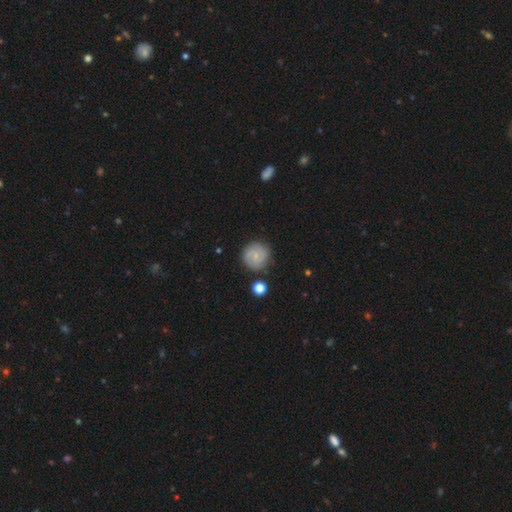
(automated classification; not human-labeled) Smooth or featured? featured or disk (64%)
Edge-on disk? no (98%)
Bar? no (57%)
Spiral arms? yes (92%)
Spiral winding? tight (54%)
Spiral arm count? 2 (66%)
Bulge size? small (72%)
Merging? none (83%)